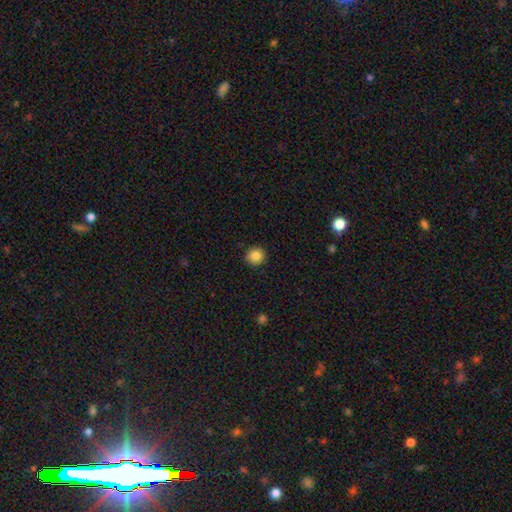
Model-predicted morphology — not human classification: smooth 84%, star or artifact 10%, featured or disk 6%. Down the decision tree: how rounded — round (92%); merging — none (91%).